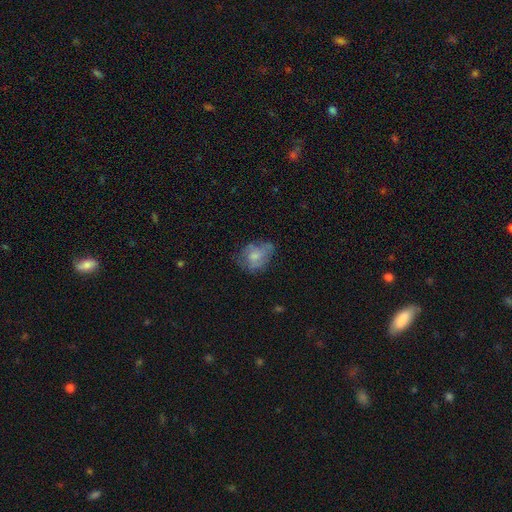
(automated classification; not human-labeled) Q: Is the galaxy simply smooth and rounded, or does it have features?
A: smooth — 56%.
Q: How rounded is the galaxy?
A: in between — 59%.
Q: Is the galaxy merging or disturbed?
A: none — 45%.